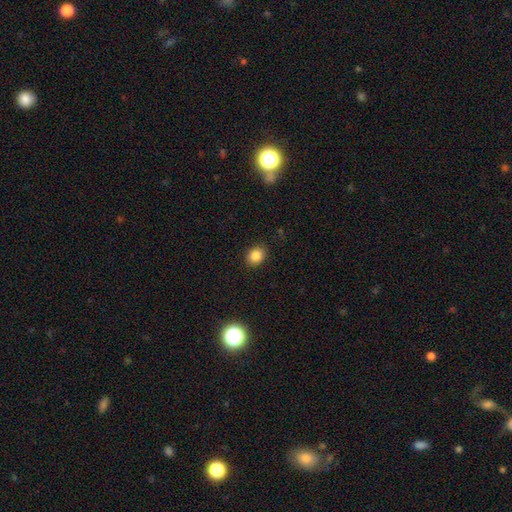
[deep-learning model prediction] Smooth or featured: smooth — 85% (star or artifact — 10%)
How rounded: in between — 51% (round — 48%)
Merging: none — 87% (minor disturbance — 9%)